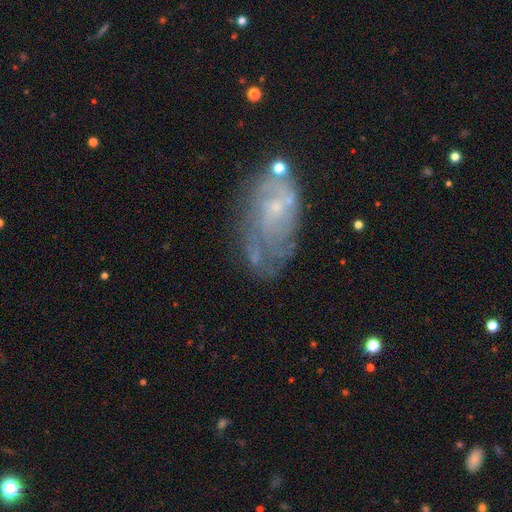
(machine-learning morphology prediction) Q: Smooth or featured?
A: featured or disk (69%); runner-up: smooth (22%)
Q: Edge-on disk?
A: no (96%); runner-up: yes (4%)
Q: Bar?
A: no (72%); runner-up: weak (24%)
Q: Spiral arms?
A: yes (77%); runner-up: no (23%)
Q: Spiral winding?
A: tight (49%); runner-up: medium (34%)
Q: Spiral arm count?
A: can't tell (50%); runner-up: 2 (16%)
Q: Bulge size?
A: small (71%); runner-up: moderate (14%)
Q: Merging?
A: none (56%); runner-up: minor disturbance (23%)